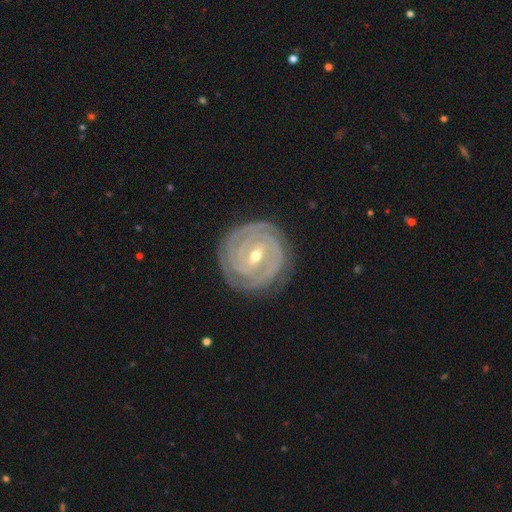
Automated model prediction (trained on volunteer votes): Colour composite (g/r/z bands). It shows a featured or disk galaxy (90%) with a weak bar (46%), 2 (30%) tight (89%) spiral arms (98%) and a moderate central bulge (49%, tied with small). Merging: none (84%).